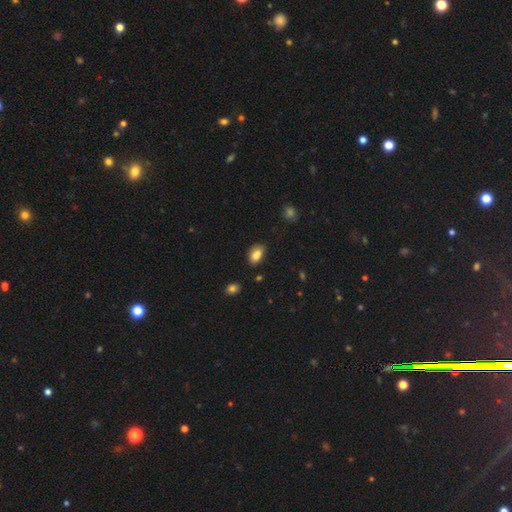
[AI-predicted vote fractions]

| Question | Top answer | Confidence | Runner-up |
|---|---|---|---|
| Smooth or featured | smooth | 84% | star or artifact (9%) |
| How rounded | in between | 88% | round (10%) |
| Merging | none | 76% | minor disturbance (18%) |